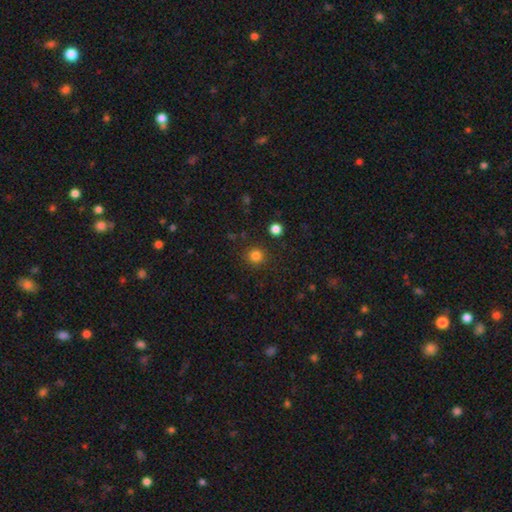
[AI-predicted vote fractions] Smooth or featured: smooth — 82% (star or artifact — 13%)
How rounded: round — 93% (in between — 7%)
Merging: none — 89% (minor disturbance — 7%)